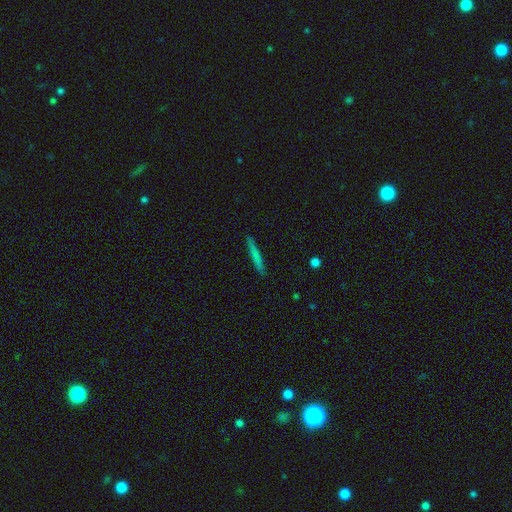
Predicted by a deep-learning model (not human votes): Smooth or featured? Predicted: smooth (p=0.69). How rounded? Predicted: cigar-shaped (p=0.96). Merging? Predicted: none (p=0.91).